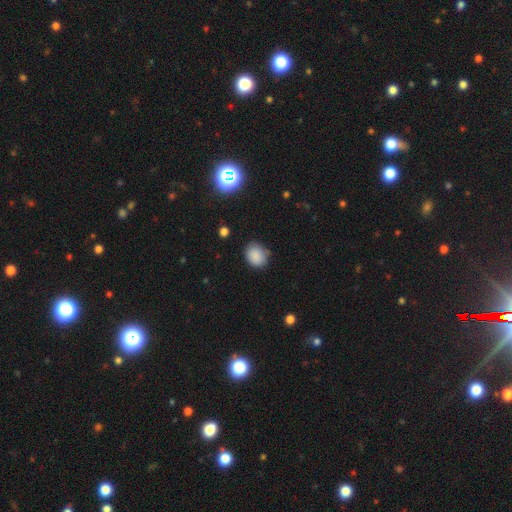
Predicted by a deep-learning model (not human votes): Morphology: type=smooth (86%); roundness=round (58%); merging=none (78%).